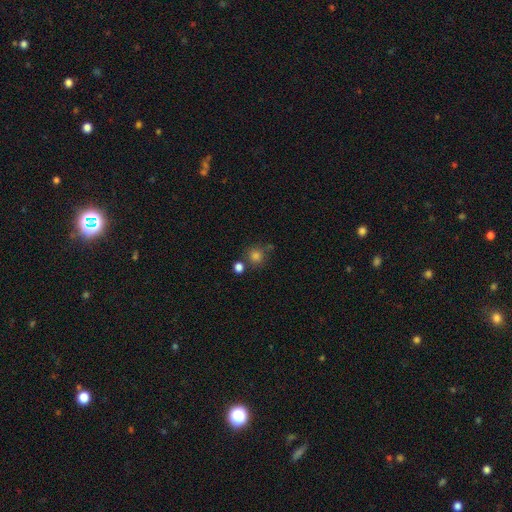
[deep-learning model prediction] A smooth galaxy with no disk features (80%) that is round (91%).

Vote fractions:
- Smooth or featured? smooth: 80% / star or artifact: 14% / featured or disk: 6%
- How rounded? round: 91% / in between: 8% / cigar-shaped: 1%
- Merging? none: 71% / merger: 15% / minor disturbance: 10% / major disturbance: 4%